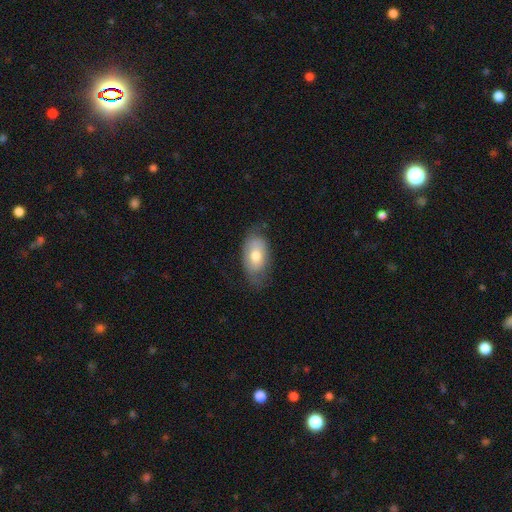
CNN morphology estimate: This appears to be a smooth galaxy with no disk features (66%) that is in between round and cigar-shaped (92%). Merging: none (66%).